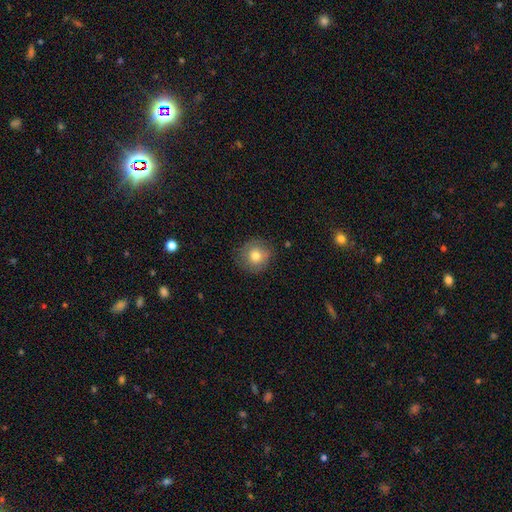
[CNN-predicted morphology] smooth-or-featured: smooth: 73% | featured or disk: 17% | star or artifact: 10%
  how-rounded: round: 91% | in between: 8% | cigar-shaped: 1%
  merging: none: 81% | minor disturbance: 14% | major disturbance: 4% | merger: 1%